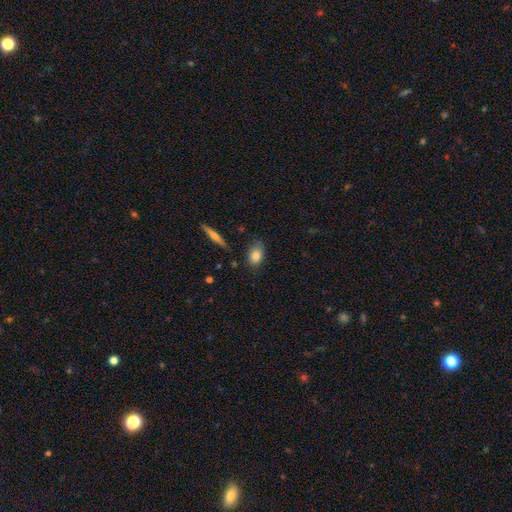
This appears to be a smooth galaxy with no disk features (79%) that is in between round and cigar-shaped (87%). Merging: none (78%).